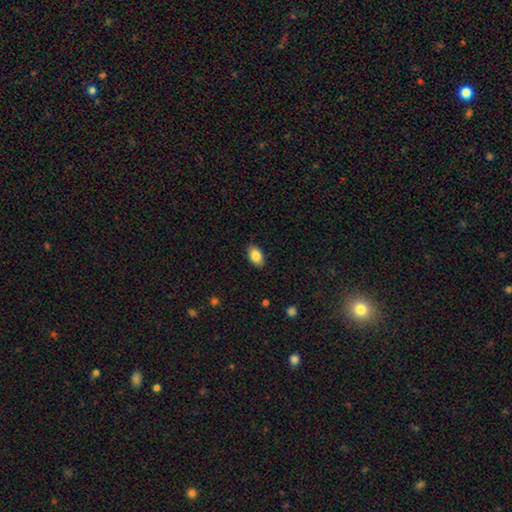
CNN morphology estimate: Smooth or featured: smooth — 85% (featured or disk — 8%)
How rounded: in between — 91% (round — 8%)
Merging: none — 87% (minor disturbance — 10%)